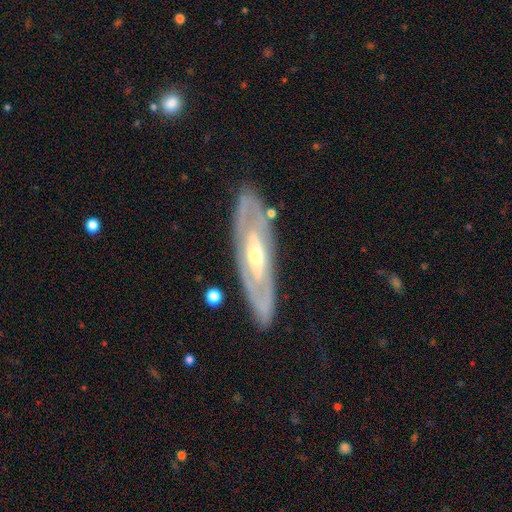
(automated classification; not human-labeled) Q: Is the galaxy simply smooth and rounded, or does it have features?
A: featured or disk — 82%.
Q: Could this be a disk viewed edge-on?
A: no — 75%.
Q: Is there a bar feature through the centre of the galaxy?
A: no — 41%.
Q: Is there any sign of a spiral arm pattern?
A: yes — 78%.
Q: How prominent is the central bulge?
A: moderate — 50%.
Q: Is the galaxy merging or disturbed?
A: none — 84%.